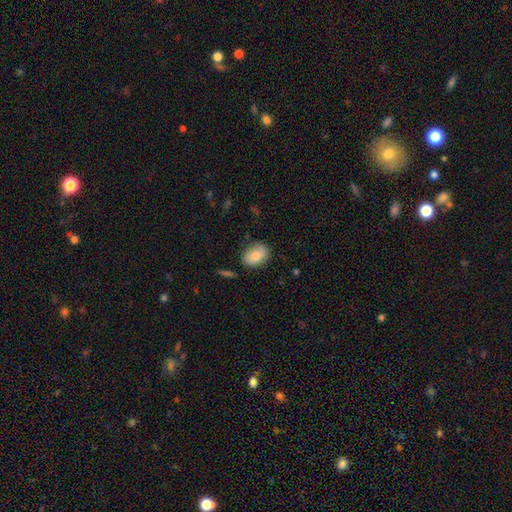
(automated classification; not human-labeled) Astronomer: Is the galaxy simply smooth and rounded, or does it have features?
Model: smooth — 82%.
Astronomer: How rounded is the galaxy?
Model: in between — 77%.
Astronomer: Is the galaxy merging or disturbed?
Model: none — 74%.